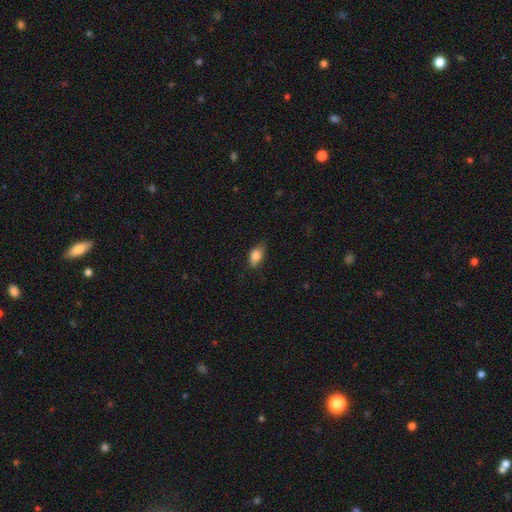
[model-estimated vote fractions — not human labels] Q: Smooth or featured?
A: smooth (80%); runner-up: featured or disk (12%)
Q: How rounded?
A: in between (85%); runner-up: round (10%)
Q: Merging?
A: none (65%); runner-up: minor disturbance (29%)